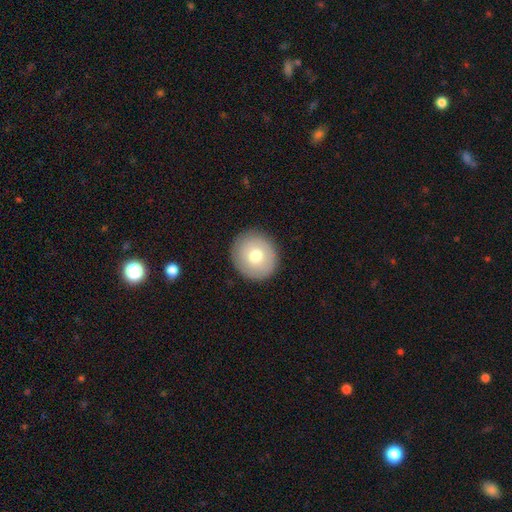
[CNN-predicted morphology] smooth 74%, featured or disk 18%, star or artifact 8%. Down the decision tree: how rounded — round (88%); merging — none (90%).